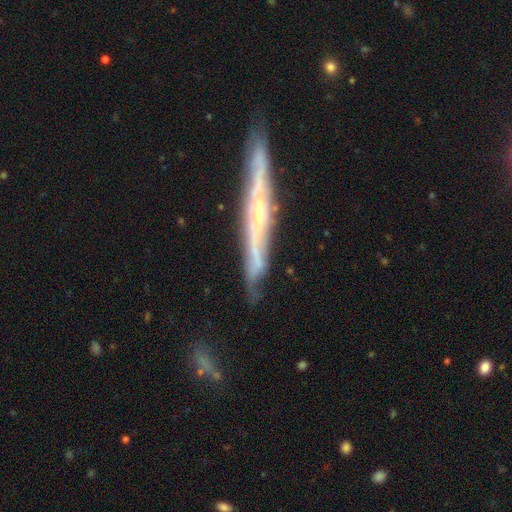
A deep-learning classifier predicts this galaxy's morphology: Smooth or featured: featured or disk — 72% (smooth — 21%)
Edge-on disk: yes — 77% (no — 23%)
Edge-on bulge: none — 47% (rounded — 42%)
Merging: none — 67% (minor disturbance — 22%)